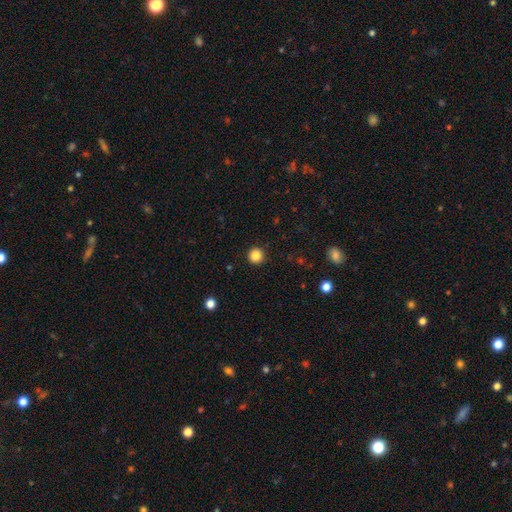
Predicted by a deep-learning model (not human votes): Overall: smooth (86%). How rounded: round (95%). Merging: none (93%).